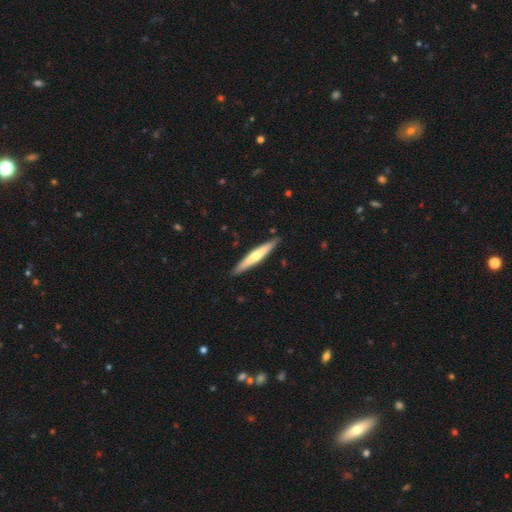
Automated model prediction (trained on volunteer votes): Morphology: type=smooth (49%); merging=none (89%).